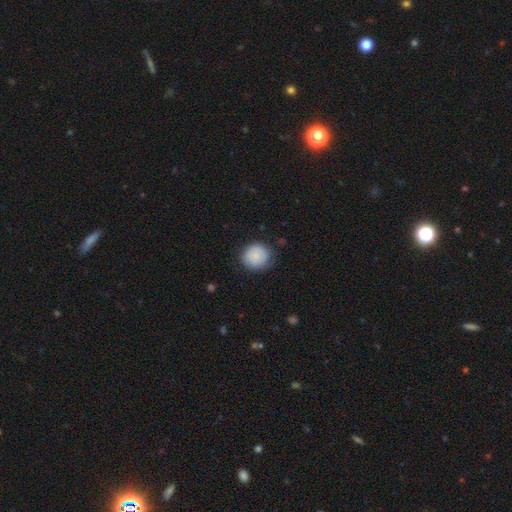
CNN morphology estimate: This appears to be a smooth galaxy with no disk features (80%) that is round (87%). Merging: none (71%).